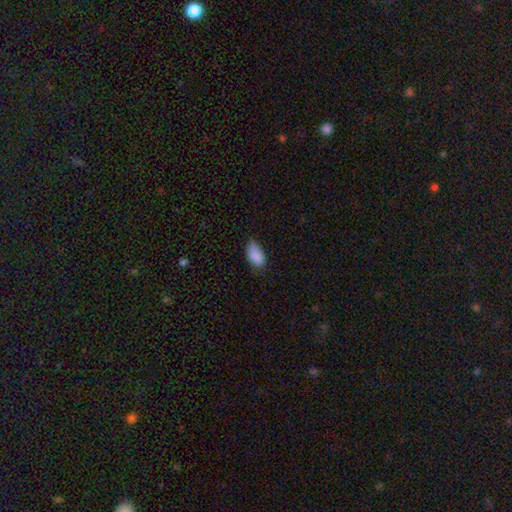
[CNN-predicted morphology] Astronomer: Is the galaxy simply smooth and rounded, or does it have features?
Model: smooth — 86%.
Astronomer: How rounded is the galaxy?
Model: in between — 93%.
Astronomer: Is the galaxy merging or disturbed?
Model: none — 55% (runner-up: minor disturbance, 36%).